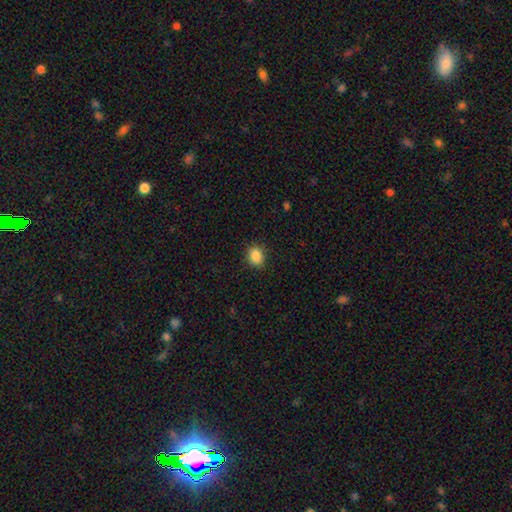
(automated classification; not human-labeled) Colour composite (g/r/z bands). It shows a smooth galaxy with no disk features (87%) that is in between round and cigar-shaped (61%). Merging: none (87%).